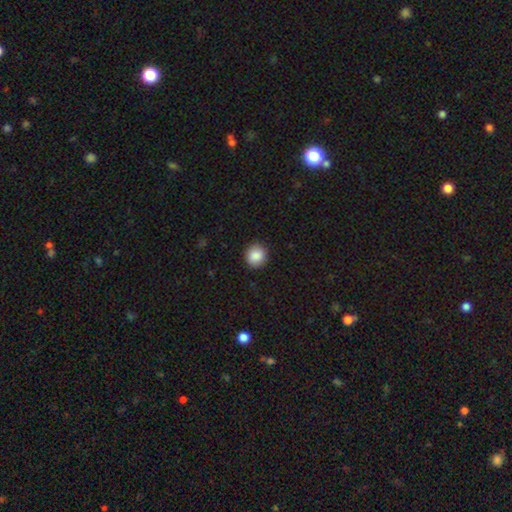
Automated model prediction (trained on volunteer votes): Smooth or featured? smooth (88%)
How rounded? round (89%)
Merging? none (91%)